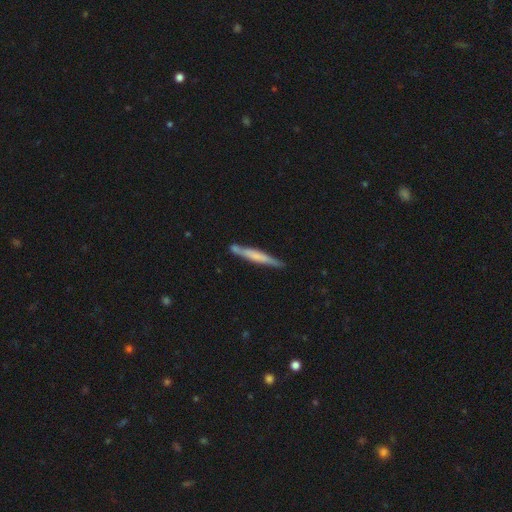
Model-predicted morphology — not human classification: Smooth or featured: smooth — 49% (featured or disk — 45%)
Merging: none — 78% (minor disturbance — 14%)